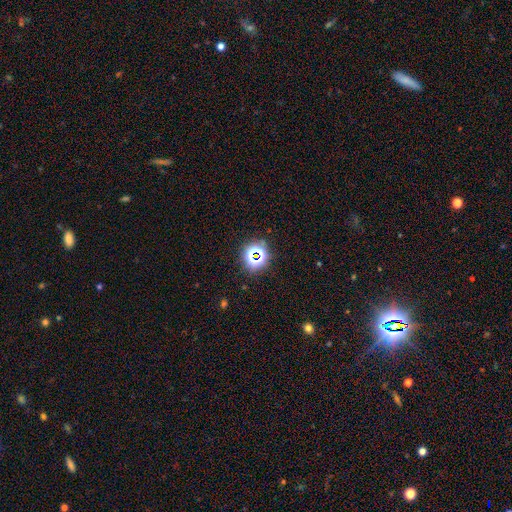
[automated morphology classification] This is likely a star or artifact rather than a galaxy (66%).